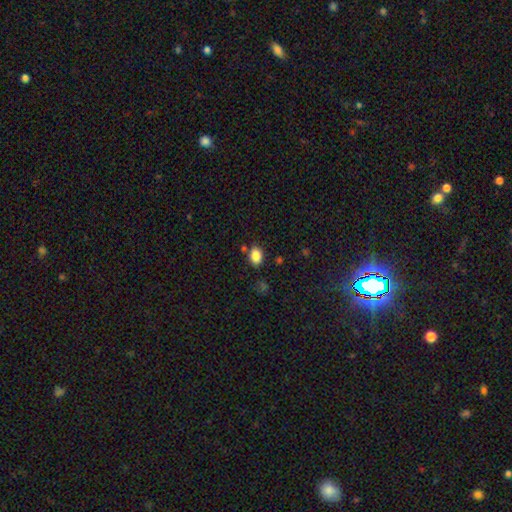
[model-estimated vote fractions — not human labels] A smooth galaxy with no disk features (86%) that is in between round and cigar-shaped (76%). Merging: none (78%).